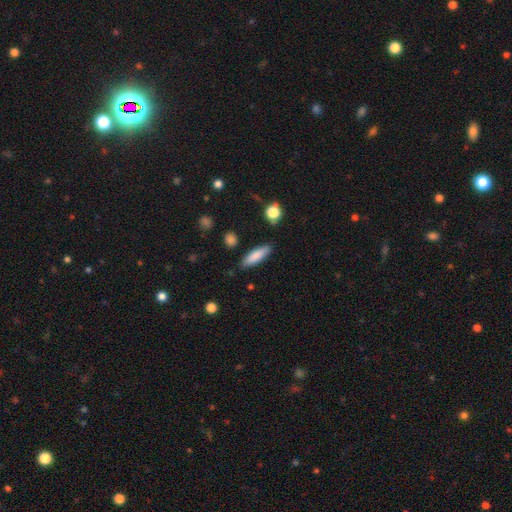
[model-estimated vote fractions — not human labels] A smooth galaxy with no disk features (84%) that is cigar-shaped (57%). Merging: none (85%).